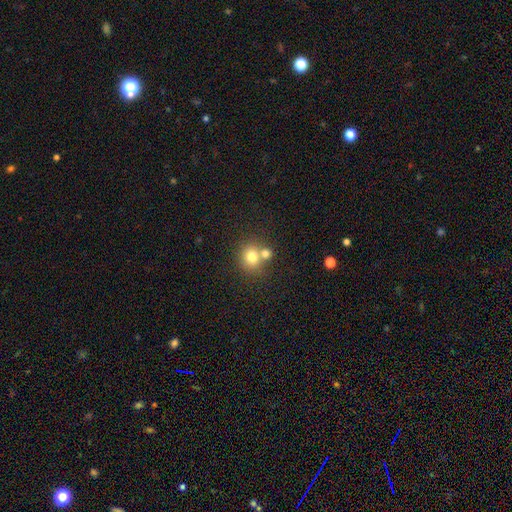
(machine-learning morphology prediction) smooth 73%, star or artifact 16%, featured or disk 11%. Down the decision tree: how rounded — round (81%); merging — none (57%).